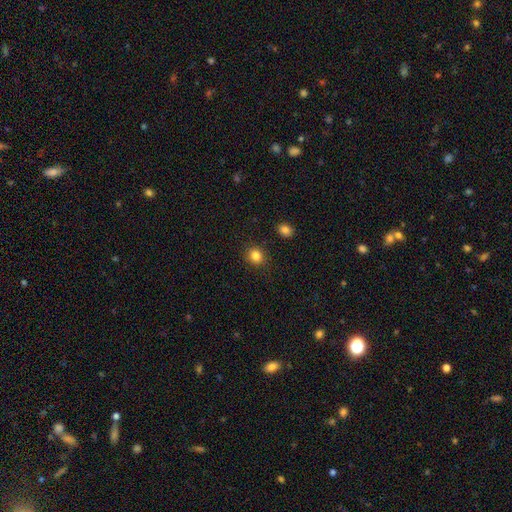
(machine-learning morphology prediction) Overall: smooth (84%). How rounded: round (76%). Merging: none (88%).